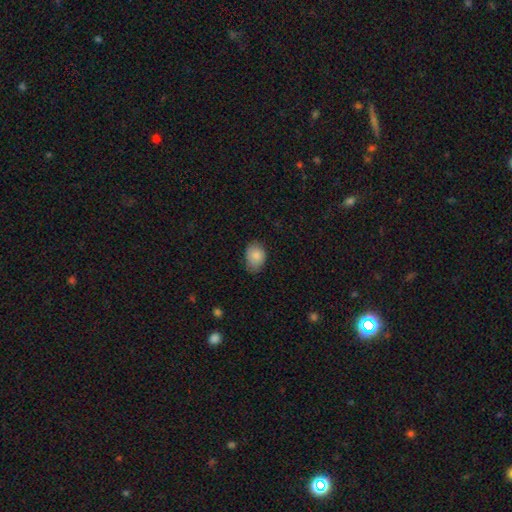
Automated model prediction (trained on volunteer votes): smooth-or-featured: smooth: 84% | featured or disk: 9% | star or artifact: 8%
  how-rounded: in between: 74% | round: 25% | cigar-shaped: 1%
  merging: none: 69% | minor disturbance: 26% | major disturbance: 4% | merger: 1%